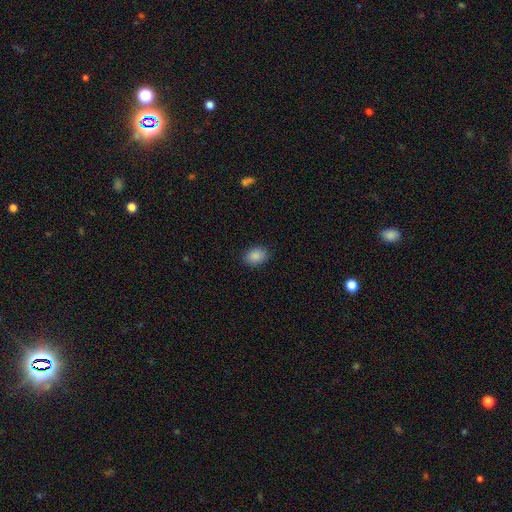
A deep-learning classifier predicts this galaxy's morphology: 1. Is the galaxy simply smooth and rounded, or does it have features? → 88% smooth, 8% star or artifact, 4% featured or disk.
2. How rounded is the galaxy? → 71% in between, 28% round, 1% cigar-shaped.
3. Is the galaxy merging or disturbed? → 87% none, 10% minor disturbance, 2% major disturbance, 1% merger.